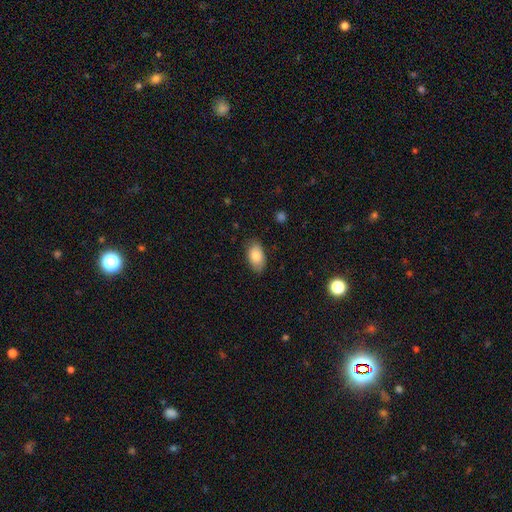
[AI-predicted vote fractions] Morphology: type=smooth (81%); roundness=in between (93%); merging=none (81%).